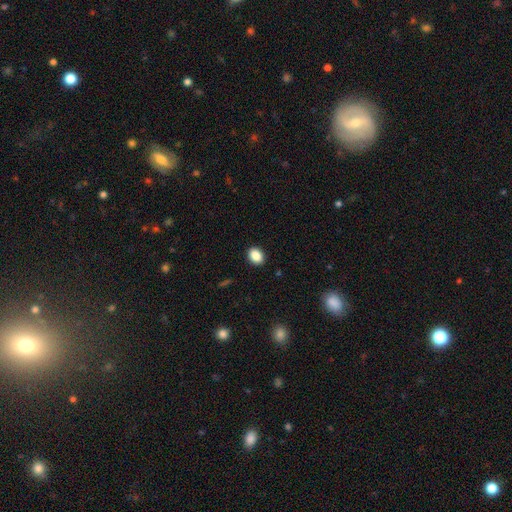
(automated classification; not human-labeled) smooth-or-featured: smooth: 88% | star or artifact: 9% | featured or disk: 4%
  how-rounded: in between: 66% | round: 33% | cigar-shaped: 1%
  merging: none: 90% | minor disturbance: 7% | major disturbance: 2% | merger: 1%